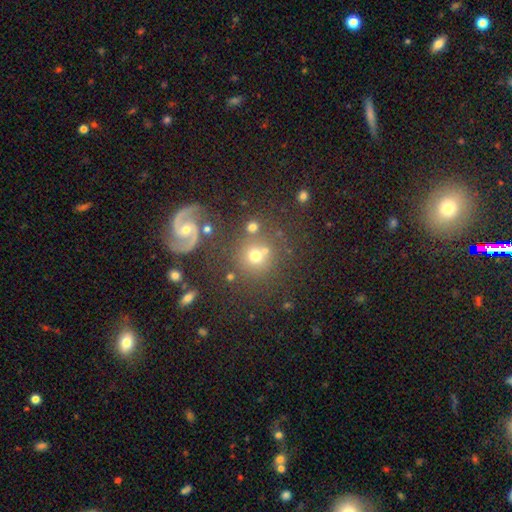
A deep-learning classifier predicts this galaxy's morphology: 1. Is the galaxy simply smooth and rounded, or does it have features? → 66% smooth, 19% star or artifact, 16% featured or disk.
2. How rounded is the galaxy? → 88% round, 11% in between, 1% cigar-shaped.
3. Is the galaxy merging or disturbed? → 69% none, 14% merger, 11% minor disturbance, 6% major disturbance.